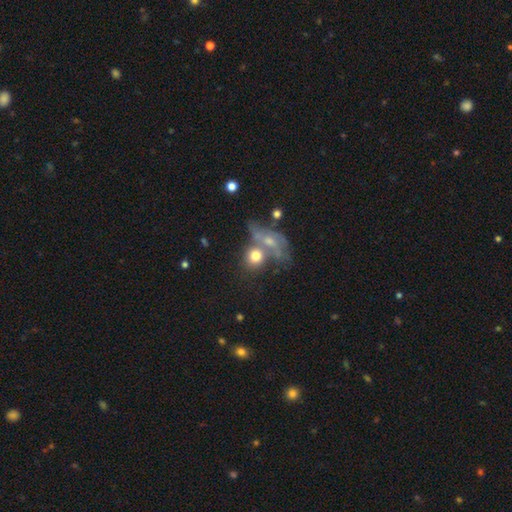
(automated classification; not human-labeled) A smooth galaxy with no disk features (70%) that is round (70%). Merging: merger (42%).